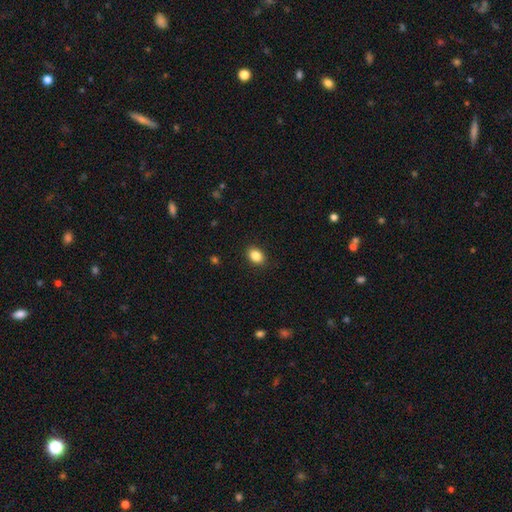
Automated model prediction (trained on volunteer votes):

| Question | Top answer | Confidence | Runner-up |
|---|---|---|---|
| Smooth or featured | smooth | 86% | star or artifact (9%) |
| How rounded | in between | 70% | round (29%) |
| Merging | none | 89% | minor disturbance (8%) |